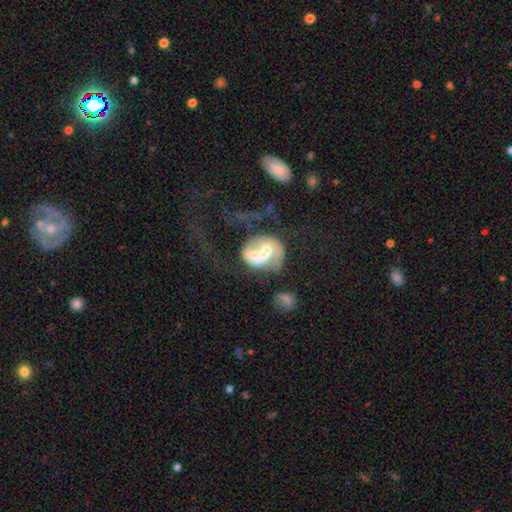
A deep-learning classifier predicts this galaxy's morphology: Smooth or featured? Predicted: featured or disk (p=0.66). Edge-on disk? Predicted: no (p=0.98). Bar? Predicted: no (p=0.60). Spiral arms? Predicted: yes (p=0.61). Bulge size? Predicted: moderate (p=0.51). Merging? Predicted: merger (p=0.46).